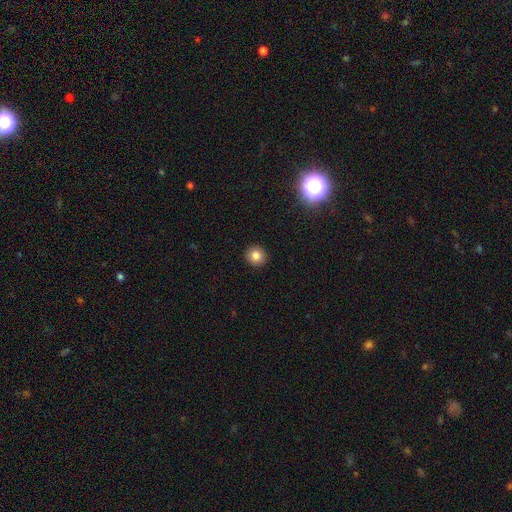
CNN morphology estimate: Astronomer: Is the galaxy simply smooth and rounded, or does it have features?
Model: smooth — 83%.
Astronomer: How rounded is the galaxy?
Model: round — 93%.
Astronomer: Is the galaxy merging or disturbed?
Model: none — 93%.